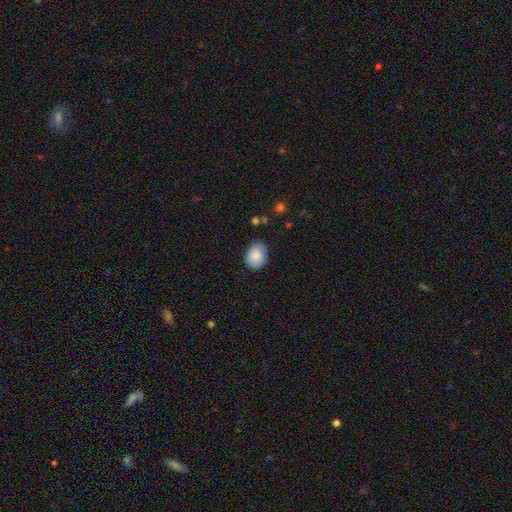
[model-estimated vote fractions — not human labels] Smooth or featured?
  - smooth: 85% *
  - featured or disk: 8%
  - star or artifact: 7%
How rounded?
  - in between: 62% *
  - round: 37%
  - cigar-shaped: 1%
Merging?
  - none: 77% *
  - minor disturbance: 18%
  - major disturbance: 3%
  - merger: 2%